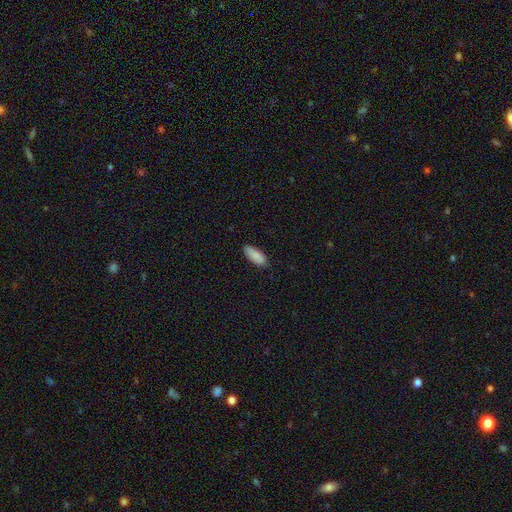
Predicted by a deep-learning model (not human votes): smooth-or-featured: smooth: 88% | star or artifact: 6% | featured or disk: 5%
  how-rounded: in between: 80% | cigar-shaped: 18% | round: 2%
  merging: none: 84% | minor disturbance: 13% | major disturbance: 2% | merger: 1%